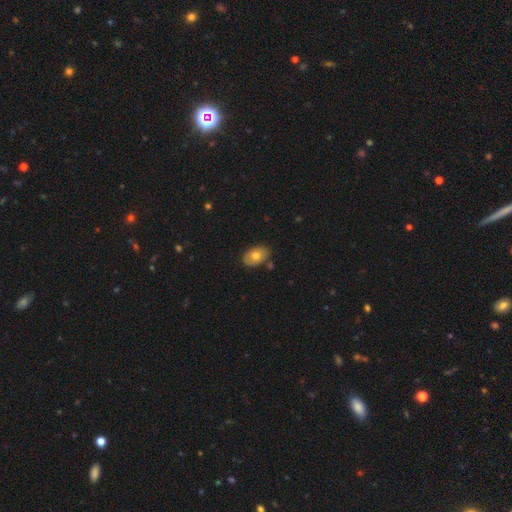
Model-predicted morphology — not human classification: Smooth or featured? smooth (70%)
How rounded? in between (87%)
Merging? none (80%)